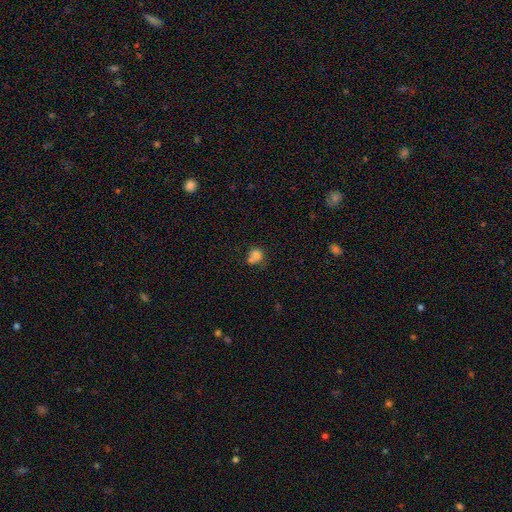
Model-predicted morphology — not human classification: smooth-or-featured: smooth: 77% | featured or disk: 12% | star or artifact: 12%
  how-rounded: round: 77% | in between: 22% | cigar-shaped: 1%
  merging: none: 44% | merger: 32% | minor disturbance: 17% | major disturbance: 7%